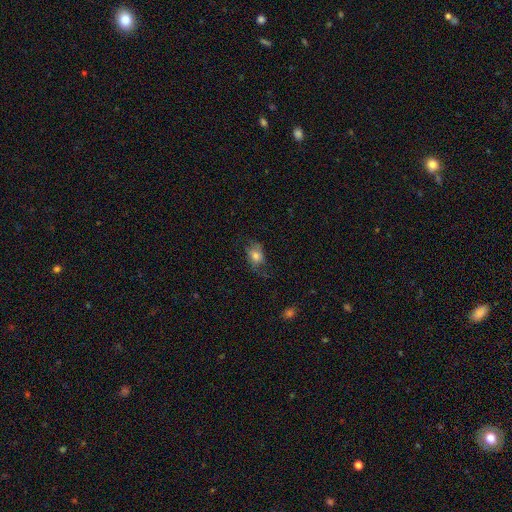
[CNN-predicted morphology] smooth_or_featured: smooth (p=0.66) [alt: featured or disk p=0.25]
how_rounded: in between (p=0.71) [alt: round p=0.27]
merging: none (p=0.49) [alt: minor disturbance p=0.27]